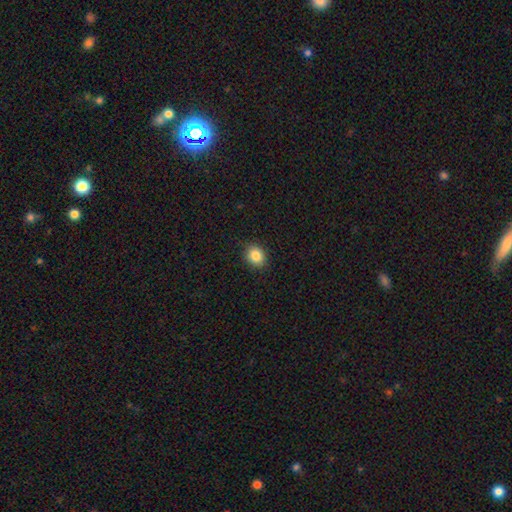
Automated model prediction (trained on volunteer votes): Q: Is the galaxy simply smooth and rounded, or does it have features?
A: smooth — 85%.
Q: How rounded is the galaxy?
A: round — 66%.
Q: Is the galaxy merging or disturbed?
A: none — 89%.